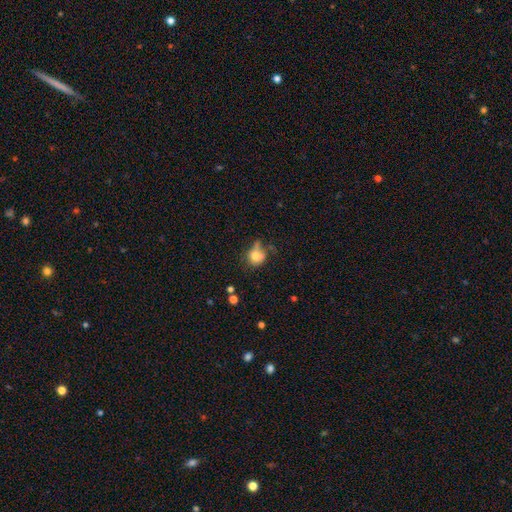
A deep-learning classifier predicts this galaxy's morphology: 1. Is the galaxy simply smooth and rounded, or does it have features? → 74% smooth, 14% featured or disk, 11% star or artifact.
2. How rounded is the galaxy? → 69% round, 29% in between, 1% cigar-shaped.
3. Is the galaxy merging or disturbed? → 43% none, 28% minor disturbance, 16% major disturbance, 14% merger.